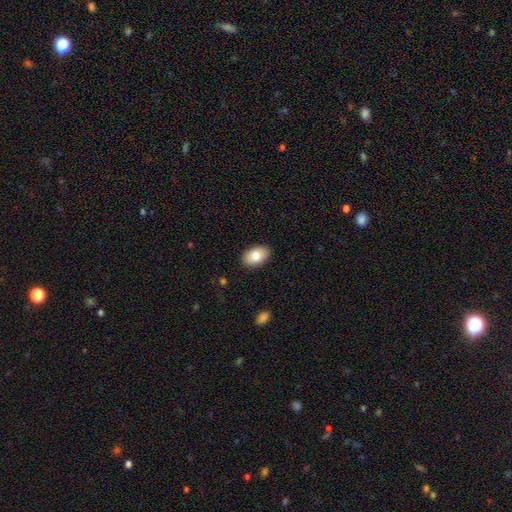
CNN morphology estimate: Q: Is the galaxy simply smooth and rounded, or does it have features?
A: smooth — 80%.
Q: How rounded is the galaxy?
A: in between — 93%.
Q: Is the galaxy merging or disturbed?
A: none — 89%.